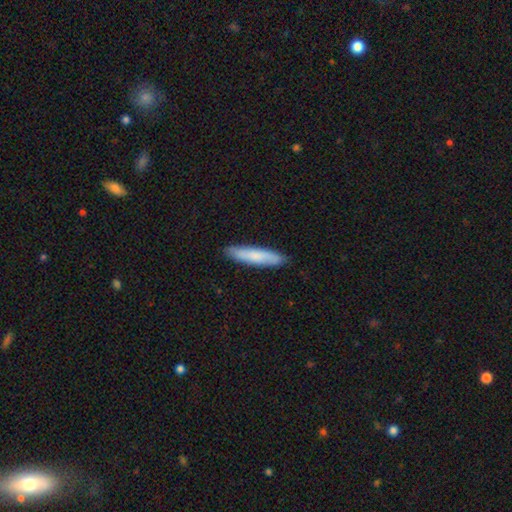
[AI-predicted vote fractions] Smooth or featured?
  - smooth: 77% *
  - featured or disk: 18%
  - star or artifact: 5%
How rounded?
  - cigar-shaped: 86% *
  - in between: 12%
  - round: 1%
Merging?
  - none: 89% *
  - minor disturbance: 9%
  - major disturbance: 2%
  - merger: 1%